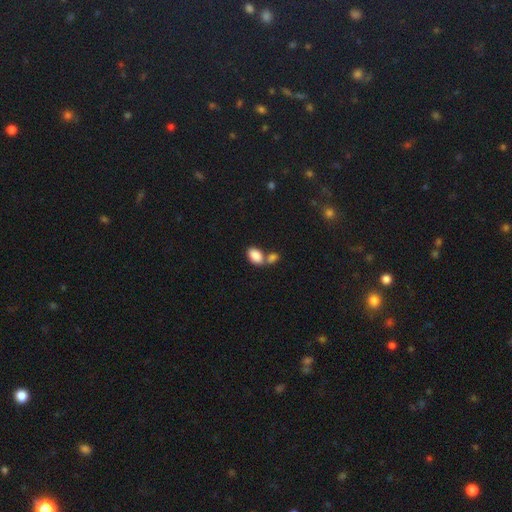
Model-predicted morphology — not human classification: The model was most divided on "merging": merger: 44%, none: 42%, minor disturbance: 10%, major disturbance: 4%. More confident: how rounded — in between (90%); smooth or featured — smooth (87%).